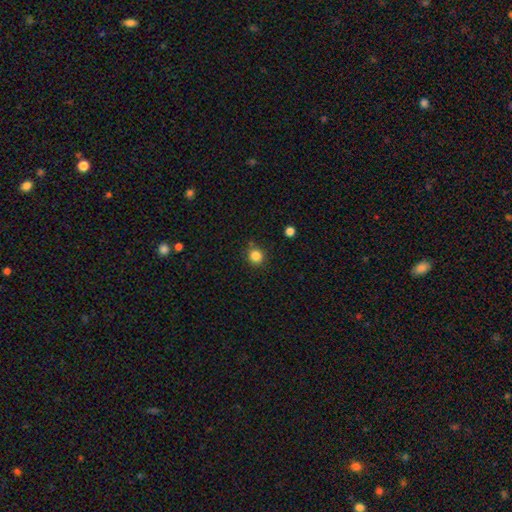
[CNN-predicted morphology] This appears to be a smooth galaxy with no disk features (85%) that is round (92%). Merging: none (84%).